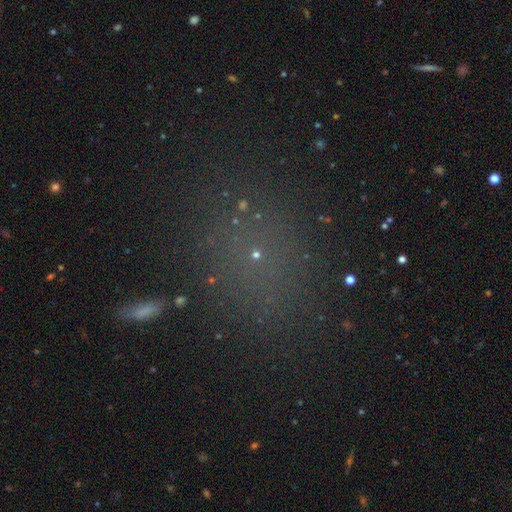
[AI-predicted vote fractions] smooth 47%, star or artifact 43%, featured or disk 10%. Down the decision tree: merging — none (82%).